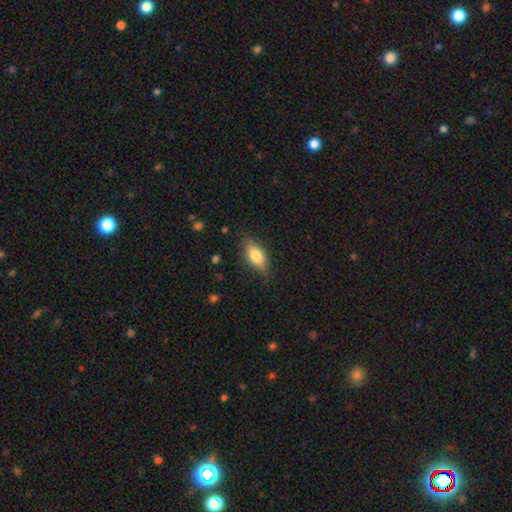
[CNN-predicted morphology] This is likely a smooth galaxy (73%). How rounded: clearly in between (83%). Merging: clearly none (81%).